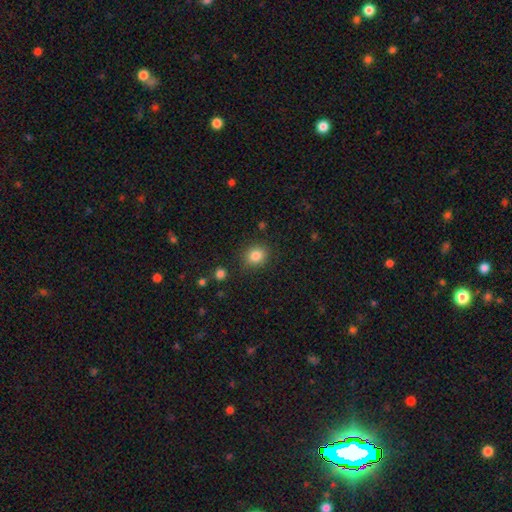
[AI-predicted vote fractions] Overall: smooth (84%). How rounded: round (74%). Merging: none (87%).